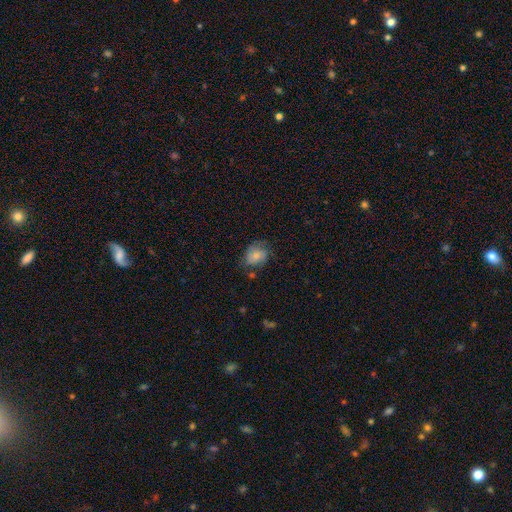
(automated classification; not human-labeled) Smooth or featured: smooth — 69% (featured or disk — 23%)
How rounded: in between — 60% (round — 39%)
Merging: none — 52% (minor disturbance — 31%)